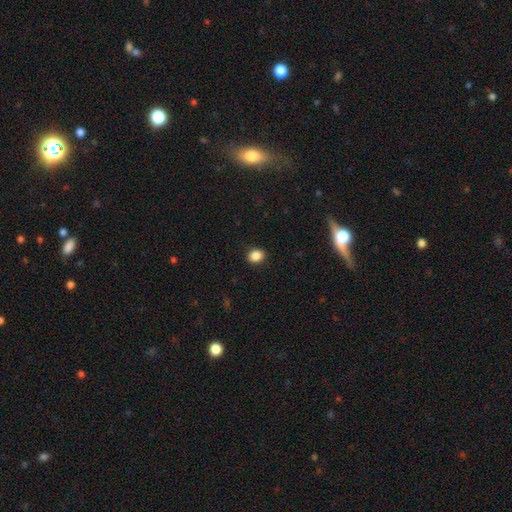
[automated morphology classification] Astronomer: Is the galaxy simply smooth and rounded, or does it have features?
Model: smooth — 87%.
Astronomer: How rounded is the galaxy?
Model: round — 63%.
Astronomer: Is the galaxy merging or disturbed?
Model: none — 91%.